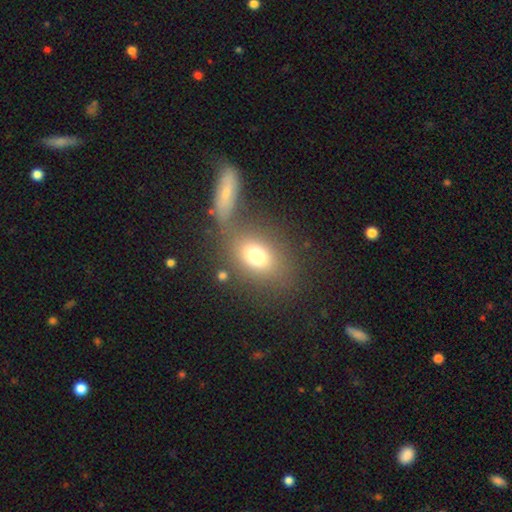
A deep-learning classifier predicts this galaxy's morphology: A smooth galaxy with no disk features (74%) that is in between round and cigar-shaped (62%). Merging: none (56%).